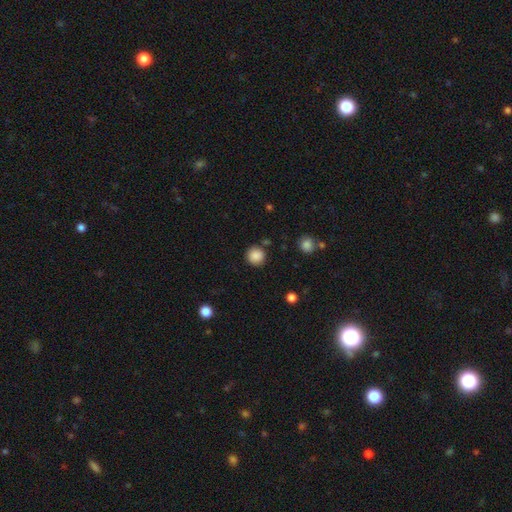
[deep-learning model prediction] Smooth or featured: smooth — 87% (star or artifact — 9%)
How rounded: round — 94% (in between — 5%)
Merging: none — 87% (minor disturbance — 8%)